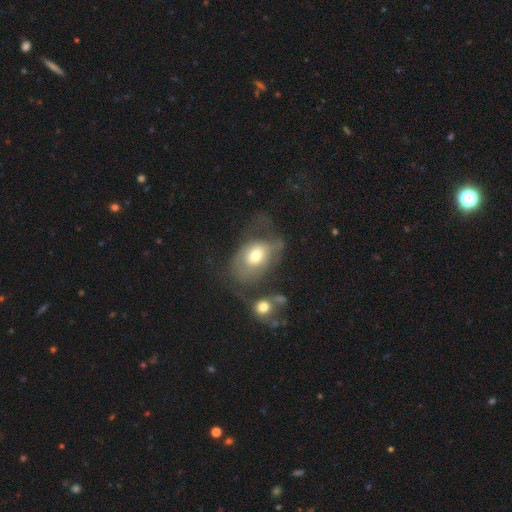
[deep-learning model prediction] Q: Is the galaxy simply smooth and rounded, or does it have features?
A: smooth — 55%.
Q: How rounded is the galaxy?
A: in between — 74%.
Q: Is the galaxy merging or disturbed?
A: major disturbance — 38%.